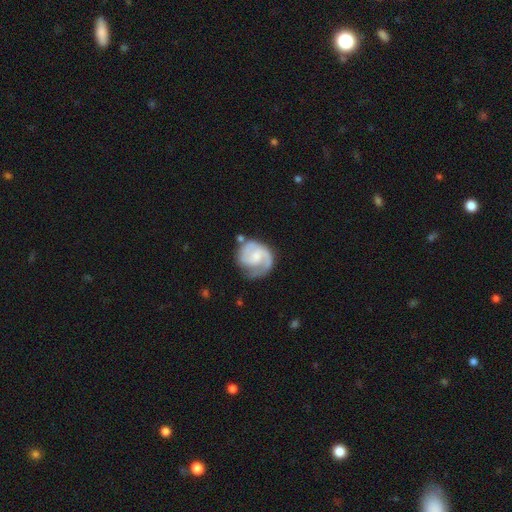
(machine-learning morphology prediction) Smooth or featured? featured or disk (77%)
Edge-on disk? no (98%)
Bar? no (55%)
Spiral arms? yes (94%)
Spiral winding? medium (43%)
Spiral arm count? 2 (56%)
Bulge size? small (41%)
Merging? none (56%)